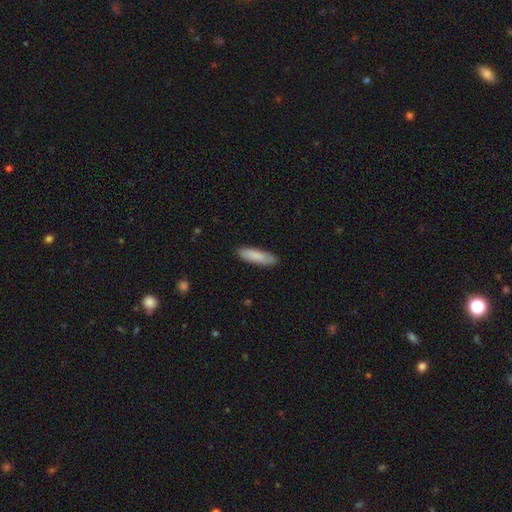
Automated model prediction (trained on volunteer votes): Smooth or featured: smooth — 86% (featured or disk — 8%)
How rounded: cigar-shaped — 63% (in between — 36%)
Merging: none — 87% (minor disturbance — 10%)